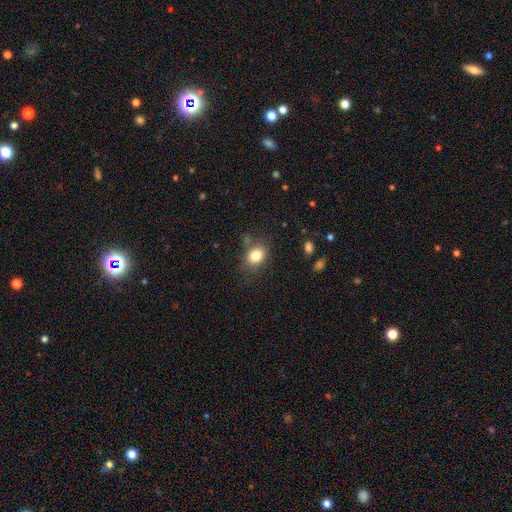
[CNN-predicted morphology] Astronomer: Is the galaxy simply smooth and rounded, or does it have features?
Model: smooth — 82%.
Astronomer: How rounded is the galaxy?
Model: in between — 60% (runner-up: round, 39%).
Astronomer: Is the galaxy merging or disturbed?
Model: none — 70%.